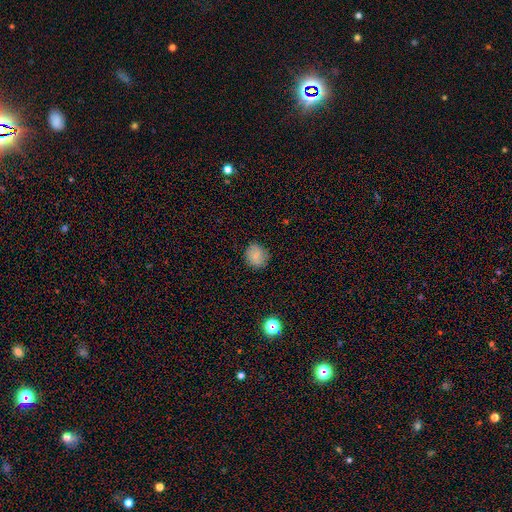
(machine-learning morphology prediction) Smooth or featured: smooth — 78% (featured or disk — 11%)
How rounded: round — 79% (in between — 20%)
Merging: none — 84% (minor disturbance — 12%)